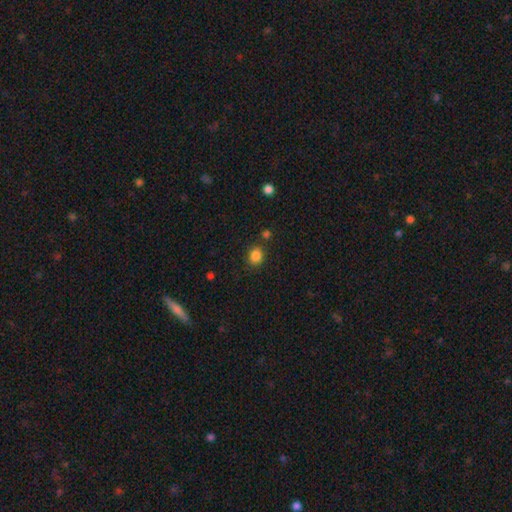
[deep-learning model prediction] smooth_or_featured: smooth (p=0.84) [alt: star or artifact p=0.11]
how_rounded: round (p=0.63) [alt: in between p=0.36]
merging: none (p=0.81) [alt: minor disturbance p=0.10]